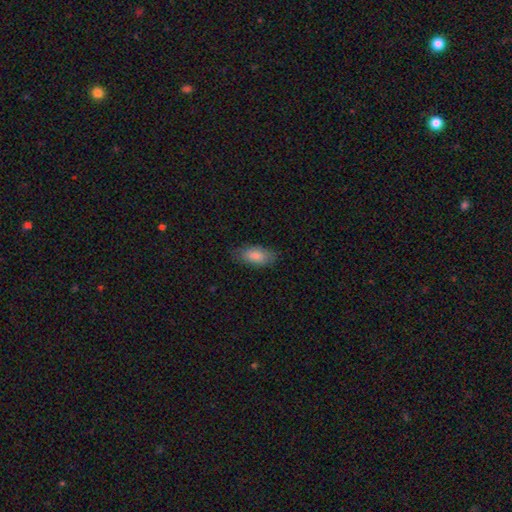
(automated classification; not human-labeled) Smooth or featured? Predicted: smooth (p=0.84). How rounded? Predicted: in between (p=0.92). Merging? Predicted: none (p=0.78).